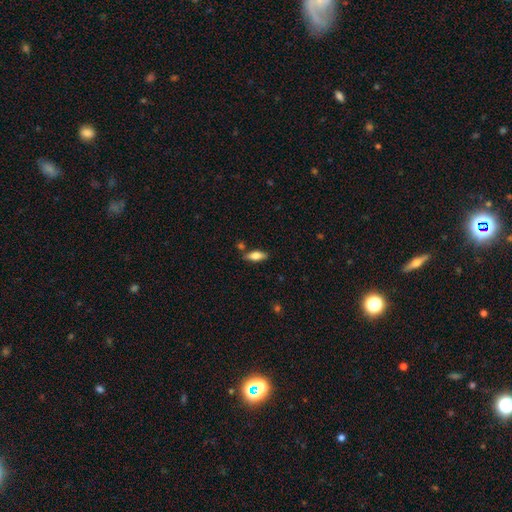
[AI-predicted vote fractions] Morphology: type=smooth (73%); roundness=in between (73%); merging=none (78%).